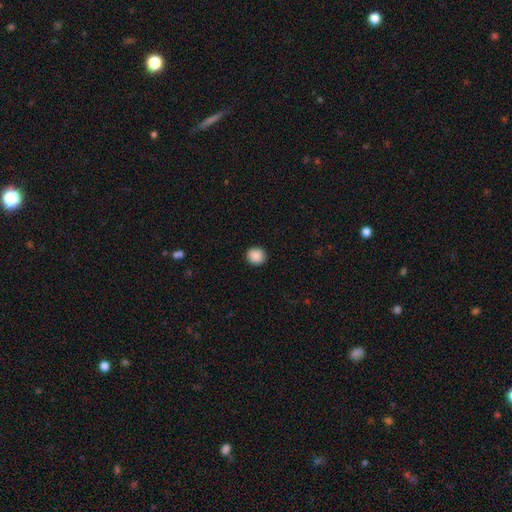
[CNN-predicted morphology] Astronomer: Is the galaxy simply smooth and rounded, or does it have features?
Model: smooth — 89%.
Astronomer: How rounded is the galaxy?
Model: round — 91%.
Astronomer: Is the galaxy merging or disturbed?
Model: none — 92%.